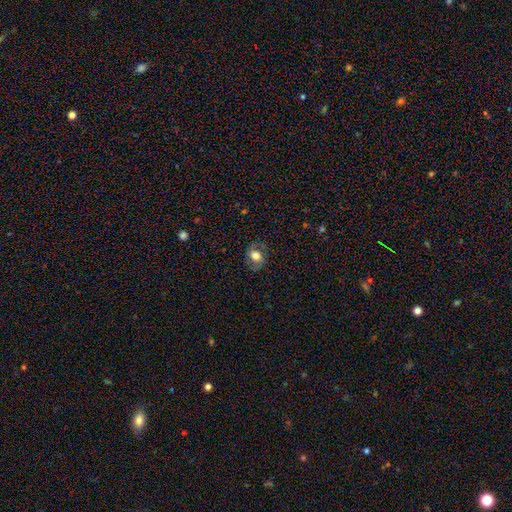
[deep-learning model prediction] smooth-or-featured: smooth: 66% | featured or disk: 24% | star or artifact: 10%
  how-rounded: round: 52% | in between: 47% | cigar-shaped: 1%
  merging: none: 77% | minor disturbance: 16% | major disturbance: 6% | merger: 1%